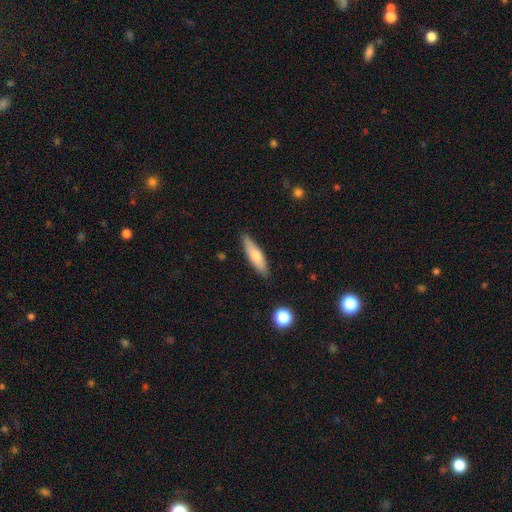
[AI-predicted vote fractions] A smooth galaxy with no disk features (70%) that is cigar-shaped (66%).

Vote fractions:
- Smooth or featured? smooth: 70% / featured or disk: 24% / star or artifact: 6%
- How rounded? cigar-shaped: 66% / in between: 32% / round: 2%
- Merging? none: 85% / minor disturbance: 12% / major disturbance: 2% / merger: 1%